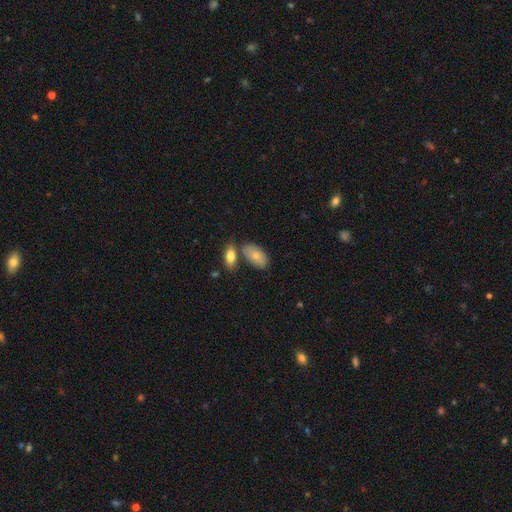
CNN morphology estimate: The model was most divided on "merging": none: 57%, merger: 25%, minor disturbance: 15%, major disturbance: 4%. More confident: how rounded — in between (93%); smooth or featured — smooth (78%).